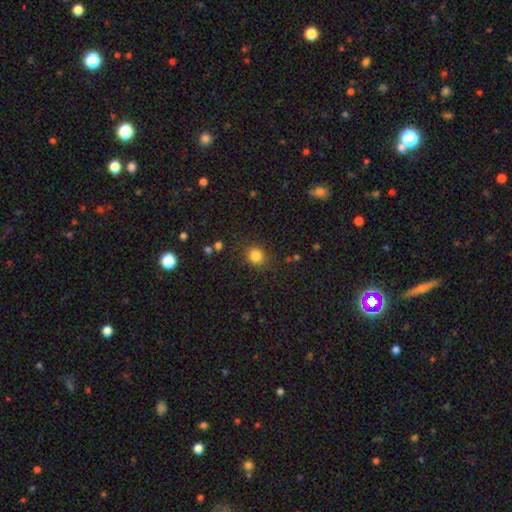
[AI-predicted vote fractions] Smooth or featured? smooth (83%)
How rounded? round (82%)
Merging? none (85%)